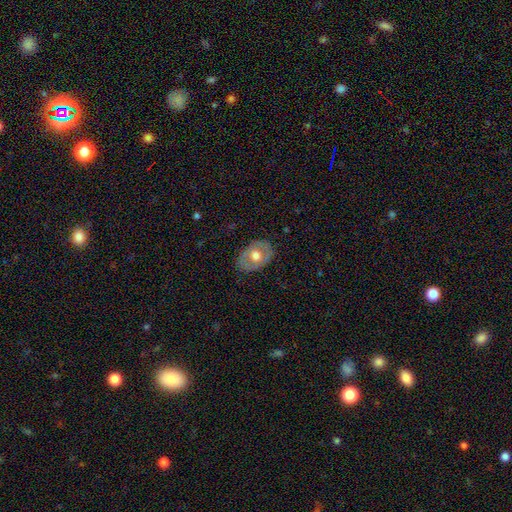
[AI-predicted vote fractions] smooth 47% (tied), featured or disk 47% (tied), star or artifact 6%. Down the decision tree: merging — none (79%).